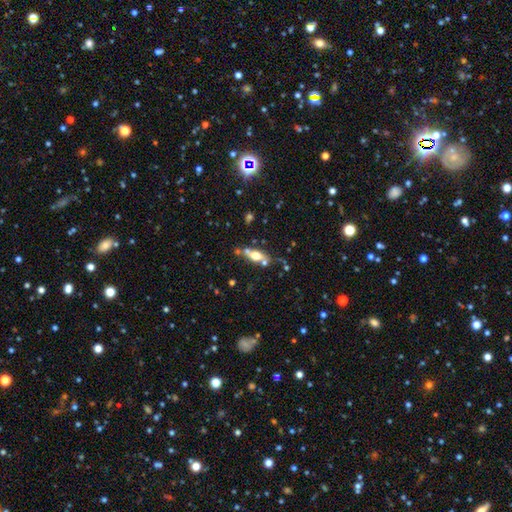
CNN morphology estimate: Smooth or featured: smooth — 53% (featured or disk — 36%)
How rounded: in between — 70% (cigar-shaped — 21%)
Merging: none — 54% (merger — 21%)